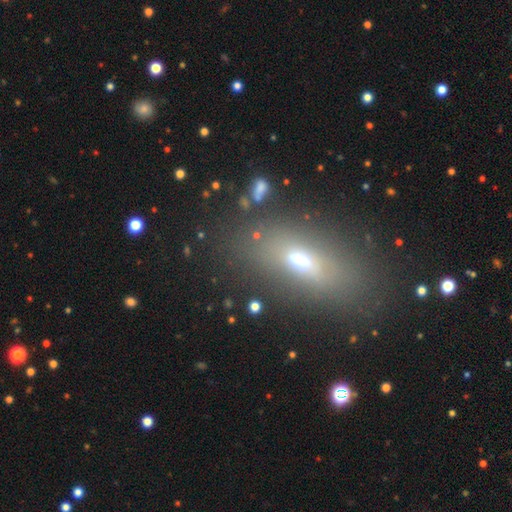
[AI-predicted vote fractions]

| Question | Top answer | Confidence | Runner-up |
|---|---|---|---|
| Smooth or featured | smooth | 58% | featured or disk (22%) |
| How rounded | in between | 71% | cigar-shaped (20%) |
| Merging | none | 80% | minor disturbance (11%) |